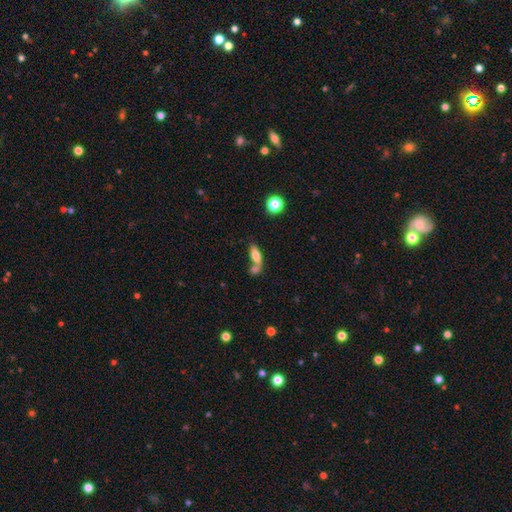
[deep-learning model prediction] Smooth or featured?
  - smooth: 73% *
  - featured or disk: 18%
  - star or artifact: 9%
How rounded?
  - in between: 71% *
  - cigar-shaped: 25%
  - round: 4%
Merging?
  - merger: 50% *
  - none: 34%
  - minor disturbance: 10%
  - major disturbance: 6%